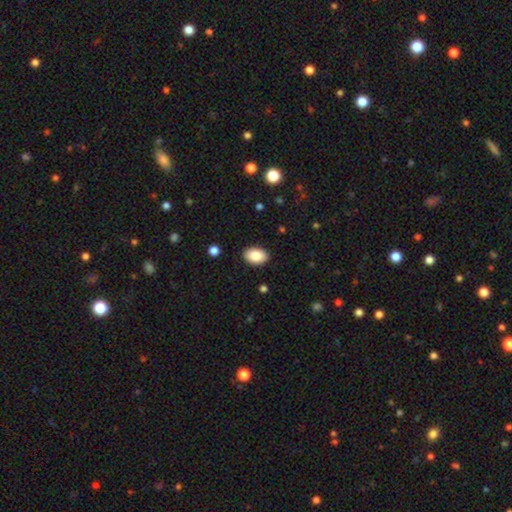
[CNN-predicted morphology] Smooth or featured?
  - smooth: 87% *
  - star or artifact: 7%
  - featured or disk: 6%
How rounded?
  - in between: 88% *
  - round: 11%
  - cigar-shaped: 1%
Merging?
  - none: 89% *
  - minor disturbance: 8%
  - major disturbance: 2%
  - merger: 1%